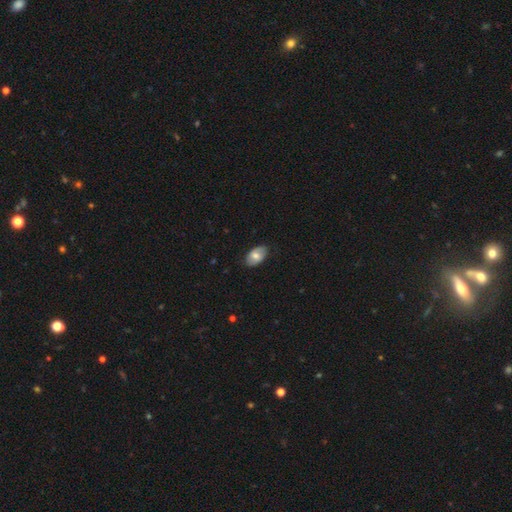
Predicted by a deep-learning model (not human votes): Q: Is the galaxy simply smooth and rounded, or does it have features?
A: smooth — 68%.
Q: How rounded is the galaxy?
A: in between — 92%.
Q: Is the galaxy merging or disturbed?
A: none — 81%.